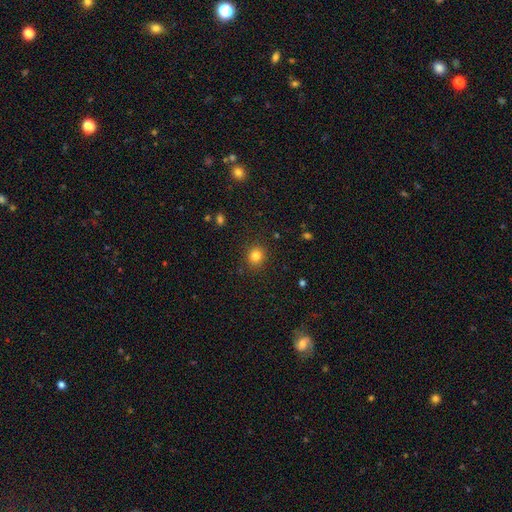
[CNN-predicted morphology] Smooth or featured? Predicted: smooth (p=0.82). How rounded? Predicted: round (p=0.83). Merging? Predicted: none (p=0.88).